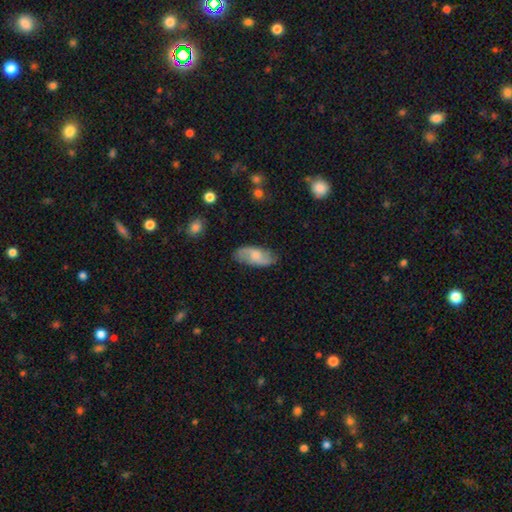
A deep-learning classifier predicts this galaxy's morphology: A smooth galaxy with no disk features (51%) that is in between round and cigar-shaped (88%). Merging: none (77%).